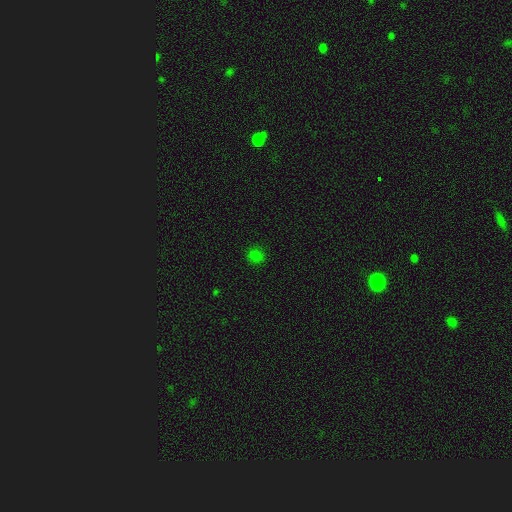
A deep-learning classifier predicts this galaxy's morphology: A smooth galaxy with no disk features (78%) that is round (86%). Merging: none (89%).